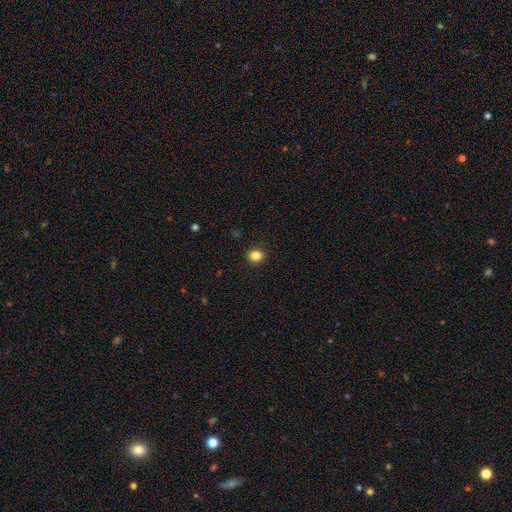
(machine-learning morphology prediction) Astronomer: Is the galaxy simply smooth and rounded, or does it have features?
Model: smooth — 84%.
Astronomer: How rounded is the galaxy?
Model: round — 69%.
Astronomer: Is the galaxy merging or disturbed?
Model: none — 91%.